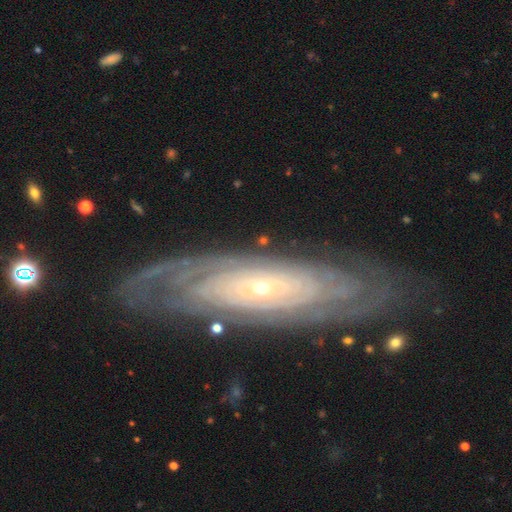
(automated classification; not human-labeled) A featured or disk galaxy (84%) with no bar (78%), tight (82%) spiral arms (92%) and a small central bulge (82%). Merging: none (82%).